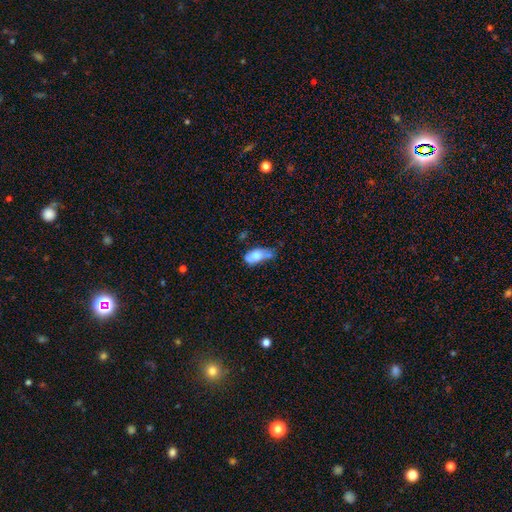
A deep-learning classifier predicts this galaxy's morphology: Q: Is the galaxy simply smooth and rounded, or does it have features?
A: smooth — 67%.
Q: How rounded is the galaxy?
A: in between — 86%.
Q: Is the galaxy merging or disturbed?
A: minor disturbance — 38%.